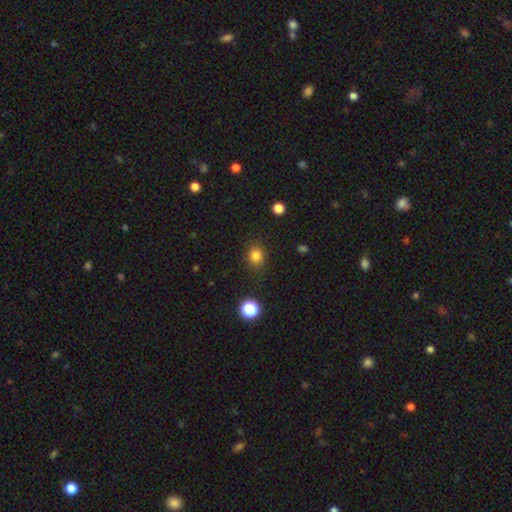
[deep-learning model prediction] Smooth or featured? Predicted: smooth (p=0.82). How rounded? Predicted: round (p=0.70). Merging? Predicted: none (p=0.85).